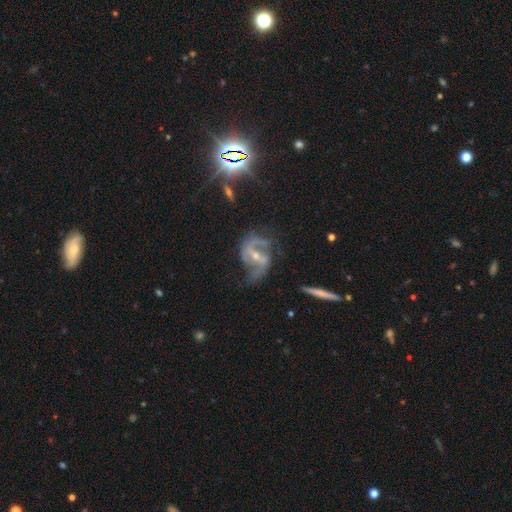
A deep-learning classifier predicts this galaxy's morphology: A featured or disk galaxy (84%) with a strong bar (44%), 2 (86%) loose (48%) spiral arms (95%) and a small central bulge (56%). Merging: none (57%).